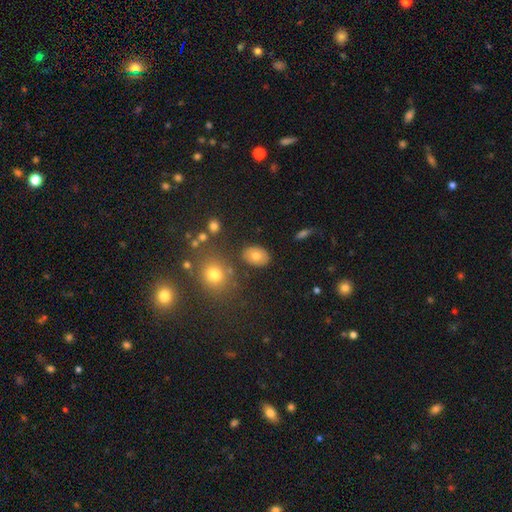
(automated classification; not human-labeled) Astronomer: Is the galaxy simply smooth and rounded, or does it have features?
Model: smooth — 76%.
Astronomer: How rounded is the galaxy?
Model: in between — 77%.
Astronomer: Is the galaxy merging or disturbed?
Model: none — 83%.